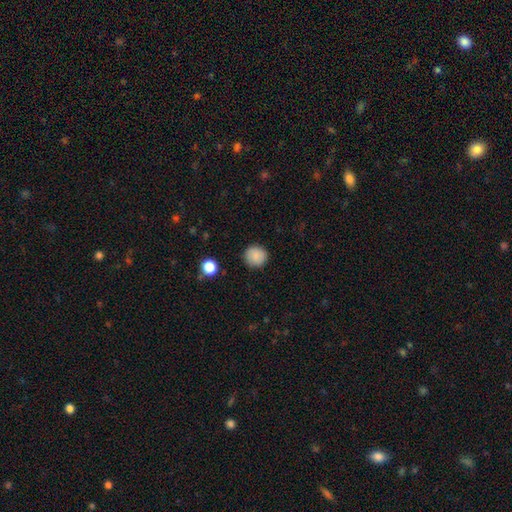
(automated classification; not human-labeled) Overall: smooth (87%). How rounded: round (93%). Merging: none (90%).